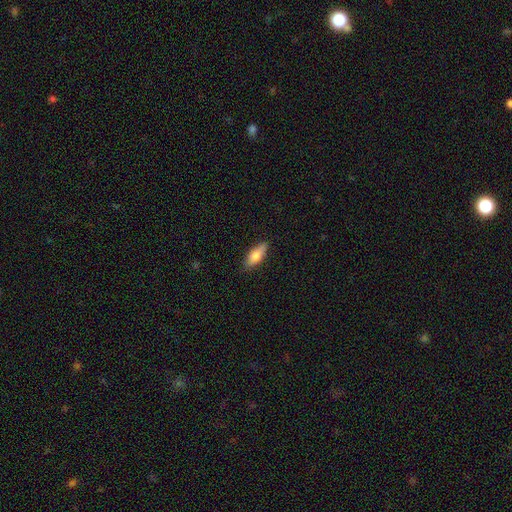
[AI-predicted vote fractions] smooth_or_featured: smooth (p=0.76) [alt: featured or disk p=0.18]
how_rounded: in between (p=0.71) [alt: cigar-shaped p=0.26]
merging: none (p=0.84) [alt: minor disturbance p=0.13]